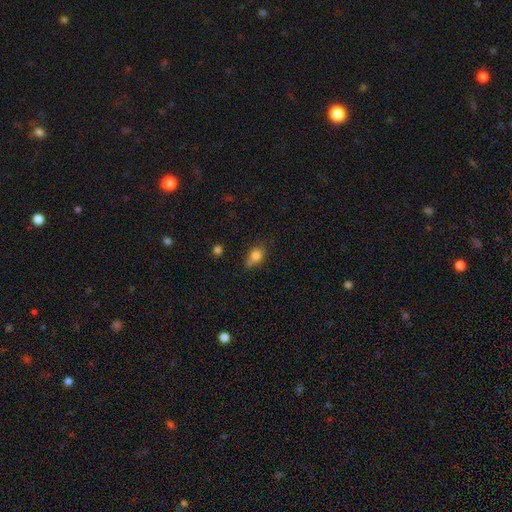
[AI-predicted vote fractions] Smooth or featured: smooth — 80% (star or artifact — 11%)
How rounded: in between — 58% (round — 40%)
Merging: none — 51% (minor disturbance — 29%)